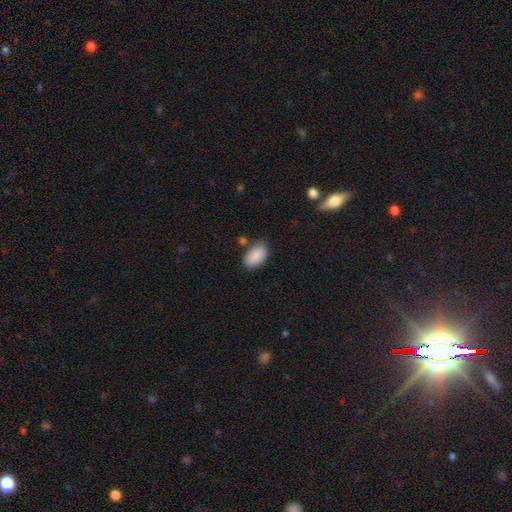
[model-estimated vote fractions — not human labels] Overall: smooth (90%). How rounded: in between (94%). Merging: none (76%).